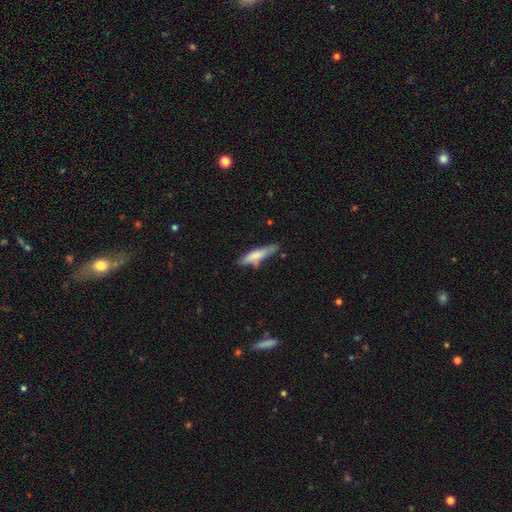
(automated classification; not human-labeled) A smooth galaxy with no disk features (72%) that is cigar-shaped (80%).

Vote fractions:
- Smooth or featured? smooth: 72% / featured or disk: 22% / star or artifact: 6%
- How rounded? cigar-shaped: 80% / in between: 18% / round: 2%
- Merging? none: 63% / minor disturbance: 26% / major disturbance: 6% / merger: 5%